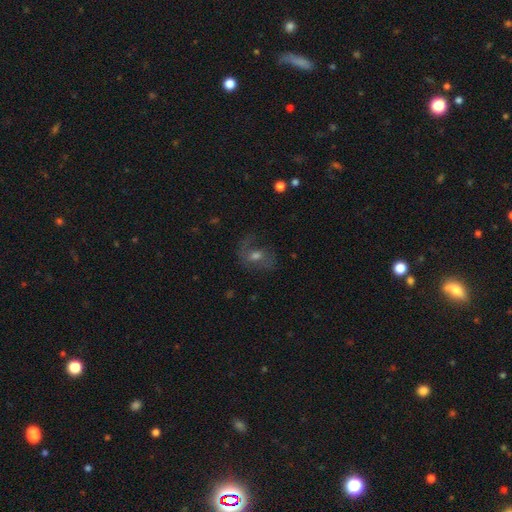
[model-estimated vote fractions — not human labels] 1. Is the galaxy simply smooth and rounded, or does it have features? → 53% featured or disk, 28% smooth, 19% star or artifact.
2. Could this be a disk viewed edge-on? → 95% no, 5% yes.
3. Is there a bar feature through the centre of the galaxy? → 55% no, 36% weak, 9% strong.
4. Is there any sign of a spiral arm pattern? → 74% yes, 26% no.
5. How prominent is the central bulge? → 62% moderate, 24% small, 9% large, 3% none, 2% dominant.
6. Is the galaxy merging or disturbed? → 60% none, 19% major disturbance, 19% minor disturbance, 2% merger.